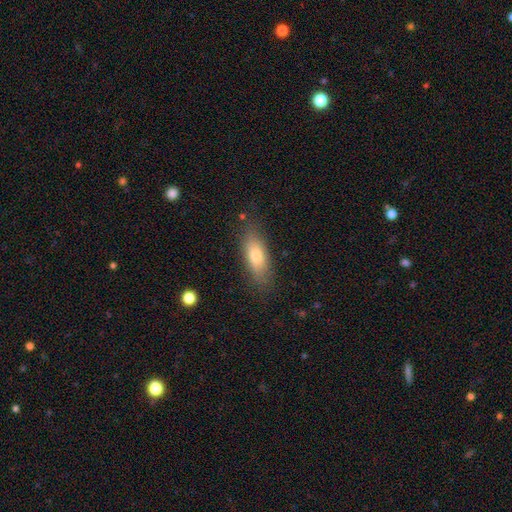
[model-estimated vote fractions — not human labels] smooth 74%, featured or disk 19%, star or artifact 7%. Down the decision tree: how rounded — in between (63%); merging — none (80%).